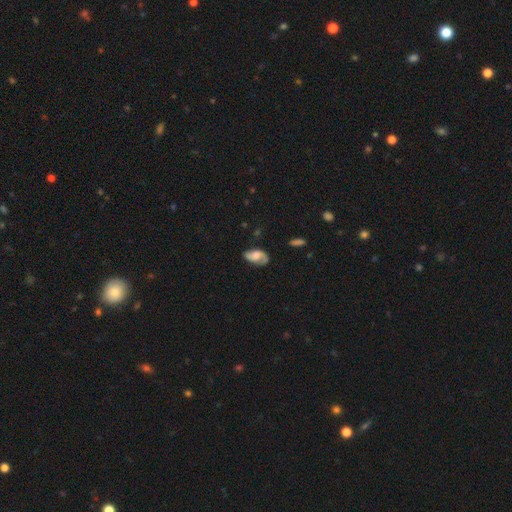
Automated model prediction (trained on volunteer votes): Smooth or featured?
  - featured or disk: 60% *
  - smooth: 32%
  - star or artifact: 7%
Edge-on disk?
  - no: 95% *
  - yes: 5%
Bar?
  - no: 59% *
  - weak: 33%
  - strong: 8%
Spiral arms?
  - yes: 90% *
  - no: 10%
Spiral winding?
  - medium: 41% *
  - loose: 36%
  - tight: 22%
Spiral arm count?
  - 2: 70% *
  - 1: 20%
  - can't tell: 7%
  - 3: 1%
  - 4: 1%
  - more than 4: 1%
Bulge size?
  - moderate: 27% *
  - large: 25%
  - none: 25%
  - small: 19%
  - dominant: 4%
Merging?
  - none: 61% *
  - minor disturbance: 25%
  - major disturbance: 11%
  - merger: 3%